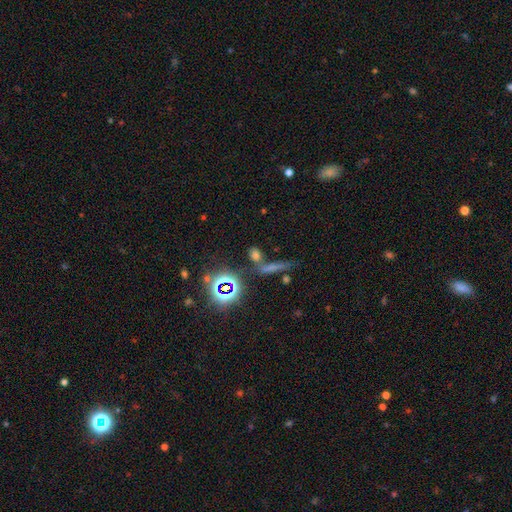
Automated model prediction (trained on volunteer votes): This appears to be a smooth galaxy with no disk features (55%) that is in between round and cigar-shaped (49%). Merging: none (57%).